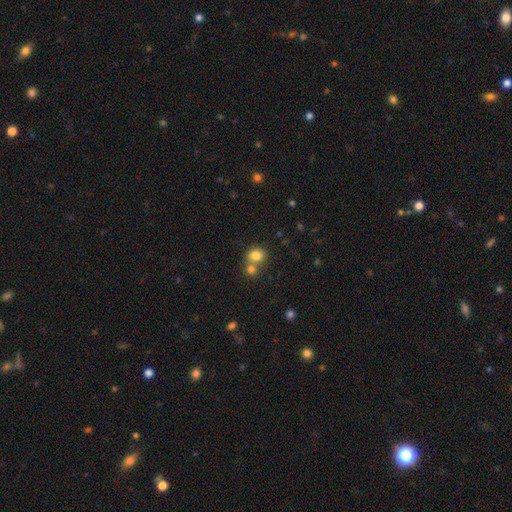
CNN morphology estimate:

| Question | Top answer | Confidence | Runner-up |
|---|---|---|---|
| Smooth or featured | smooth | 80% | star or artifact (12%) |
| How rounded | round | 76% | in between (23%) |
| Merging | none | 48% | merger (42%) |